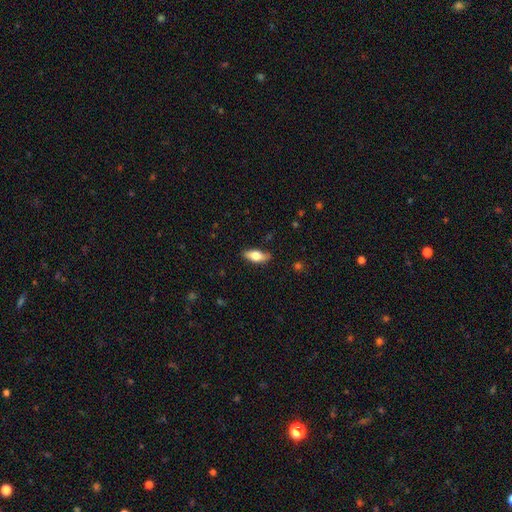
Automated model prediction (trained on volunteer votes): smooth_or_featured: smooth (p=0.67) [alt: featured or disk p=0.27]
how_rounded: in between (p=0.77) [alt: cigar-shaped p=0.20]
merging: none (p=0.84) [alt: minor disturbance p=0.13]